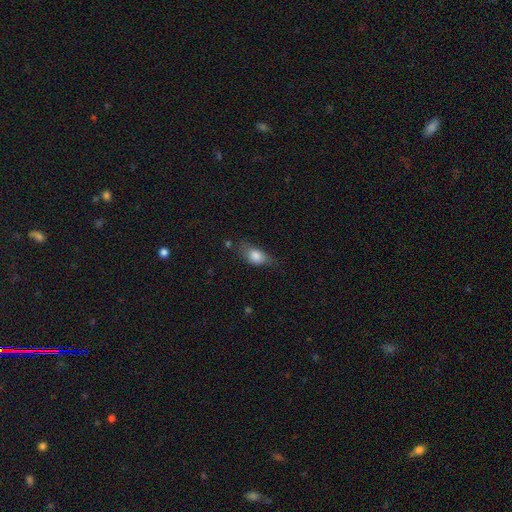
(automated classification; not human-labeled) Morphology: type=smooth (78%); roundness=in between (79%); merging=none (49%).